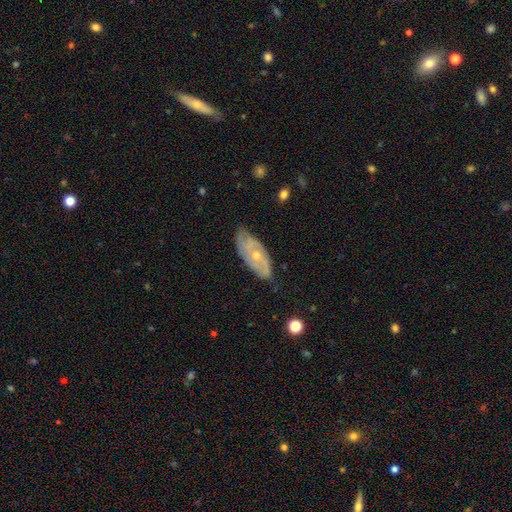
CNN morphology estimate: Smooth or featured: featured or disk — 71% (smooth — 22%)
Edge-on disk: no — 89% (yes — 11%)
Bar: no — 79% (weak — 18%)
Spiral arms: yes — 83% (no — 17%)
Spiral winding: tight — 56% (medium — 33%)
Spiral arm count: can't tell — 43% (2 — 32%)
Bulge size: small — 58% (moderate — 39%)
Merging: none — 65% (minor disturbance — 27%)